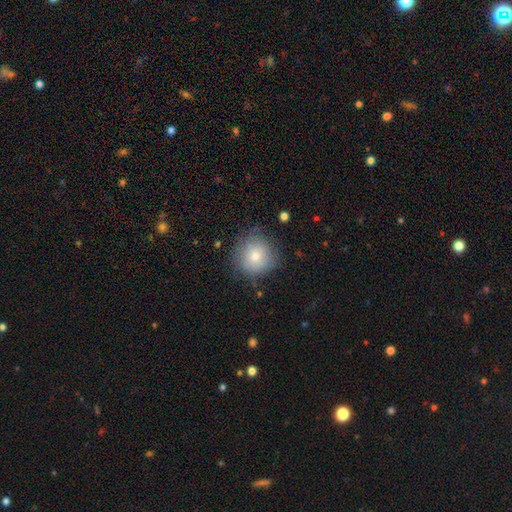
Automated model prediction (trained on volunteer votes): The model was most divided on "merging": none: 76%, minor disturbance: 18%, major disturbance: 5%, merger: 1%. More confident: how rounded — round (91%); smooth or featured — smooth (75%).